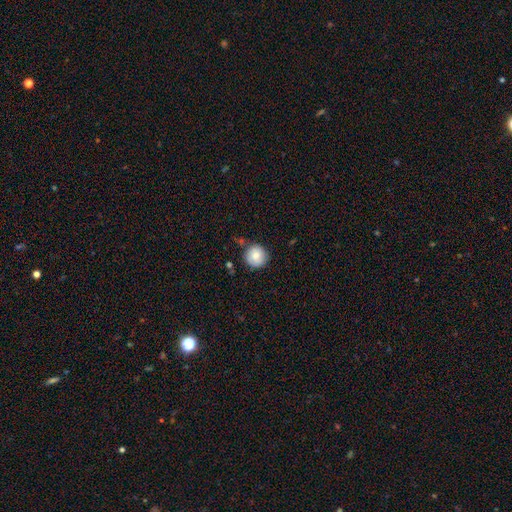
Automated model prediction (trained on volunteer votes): smooth-or-featured: smooth: 77% | featured or disk: 15% | star or artifact: 8%
  how-rounded: round: 94% | in between: 5% | cigar-shaped: 1%
  merging: none: 79% | minor disturbance: 14% | merger: 3% | major disturbance: 3%